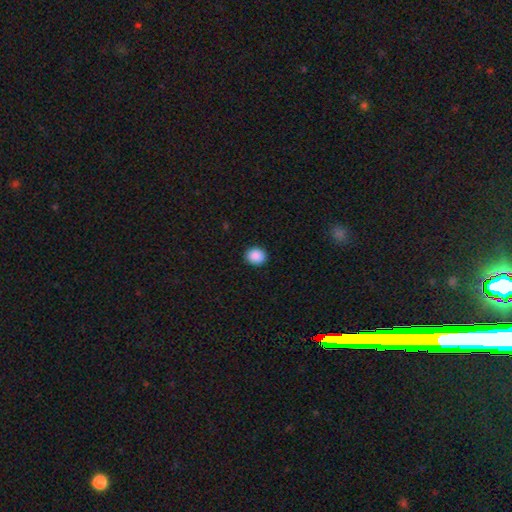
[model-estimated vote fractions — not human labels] Smooth or featured?
  - smooth: 89% *
  - star or artifact: 8%
  - featured or disk: 2%
How rounded?
  - round: 76% *
  - in between: 23%
  - cigar-shaped: 1%
Merging?
  - none: 91% *
  - minor disturbance: 6%
  - major disturbance: 2%
  - merger: 1%